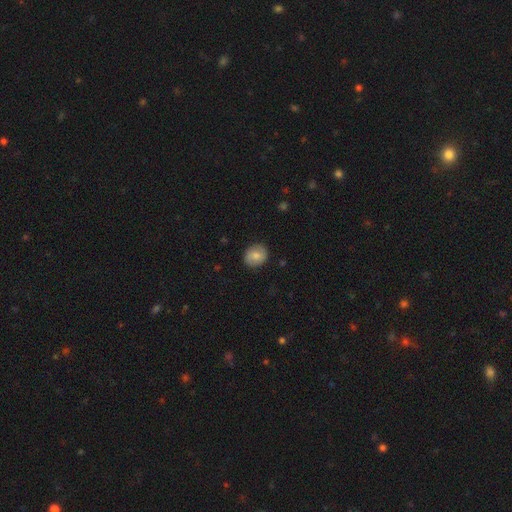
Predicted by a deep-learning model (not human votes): Smooth or featured? Predicted: smooth (p=0.75). How rounded? Predicted: round (p=0.62). Merging? Predicted: none (p=0.87).